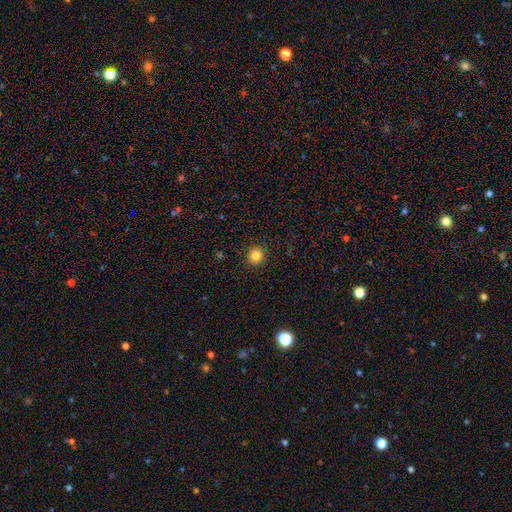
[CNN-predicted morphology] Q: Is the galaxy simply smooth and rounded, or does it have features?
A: smooth — 84%.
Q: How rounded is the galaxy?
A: round — 90%.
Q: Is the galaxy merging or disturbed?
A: none — 91%.